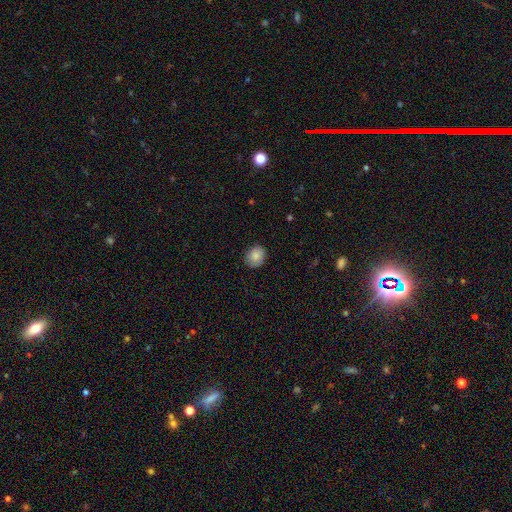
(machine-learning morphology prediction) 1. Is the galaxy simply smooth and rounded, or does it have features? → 84% smooth, 8% star or artifact, 8% featured or disk.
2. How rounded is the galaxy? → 62% round, 37% in between, 1% cigar-shaped.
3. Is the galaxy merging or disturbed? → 84% none, 13% minor disturbance, 2% major disturbance, 1% merger.